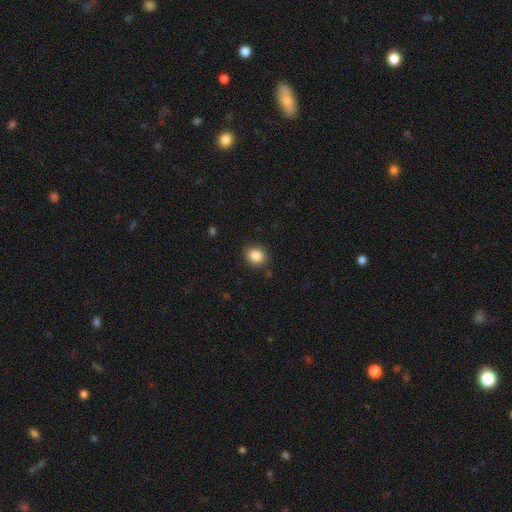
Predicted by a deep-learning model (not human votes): The model was most divided on "how rounded": round: 69%, in between: 31%, cigar-shaped: 1%. More confident: merging — none (88%); smooth or featured — smooth (86%).